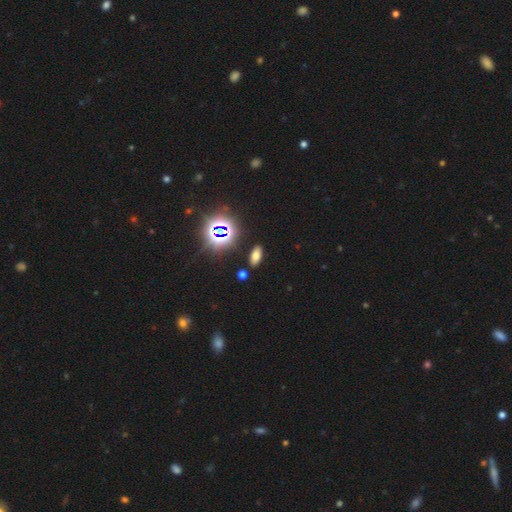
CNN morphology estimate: smooth_or_featured: smooth (p=0.60) [alt: star or artifact p=0.30]
how_rounded: in between (p=0.83) [alt: cigar-shaped p=0.10]
merging: none (p=0.88) [alt: minor disturbance p=0.07]